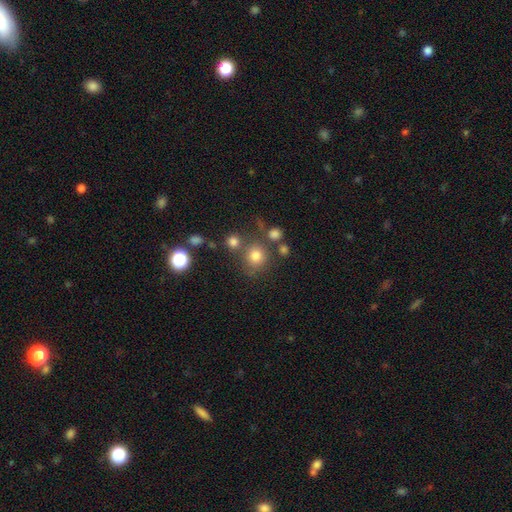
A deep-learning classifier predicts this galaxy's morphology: Smooth or featured?
  - smooth: 76% *
  - star or artifact: 15%
  - featured or disk: 8%
How rounded?
  - round: 87% *
  - in between: 12%
  - cigar-shaped: 1%
Merging?
  - none: 69% *
  - merger: 15%
  - minor disturbance: 11%
  - major disturbance: 5%